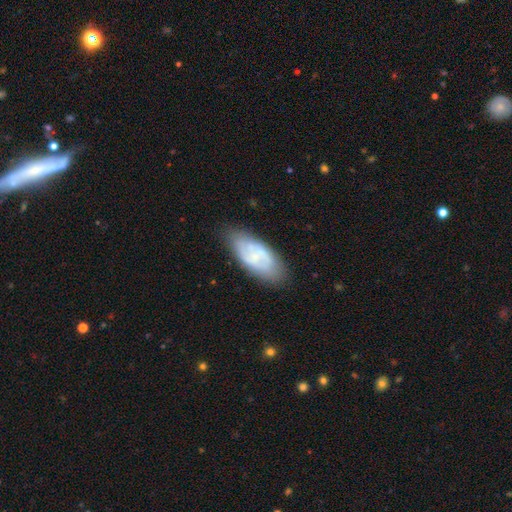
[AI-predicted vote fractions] Morphology: type=featured or disk (52%); edge-on=no (92%); merging=none (77%).